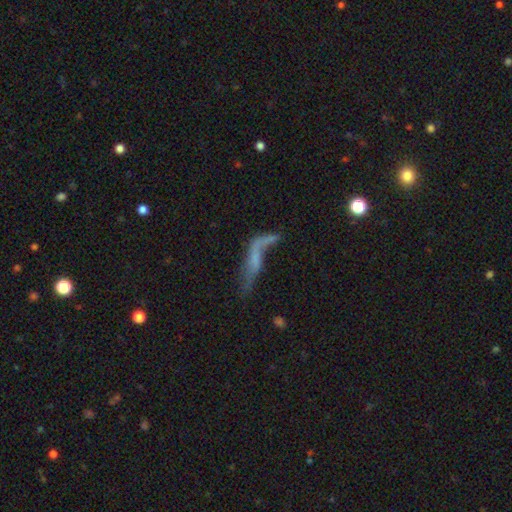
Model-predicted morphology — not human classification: type=featured or disk (52%); edge-on=no (70%); merging=major disturbance (36%).